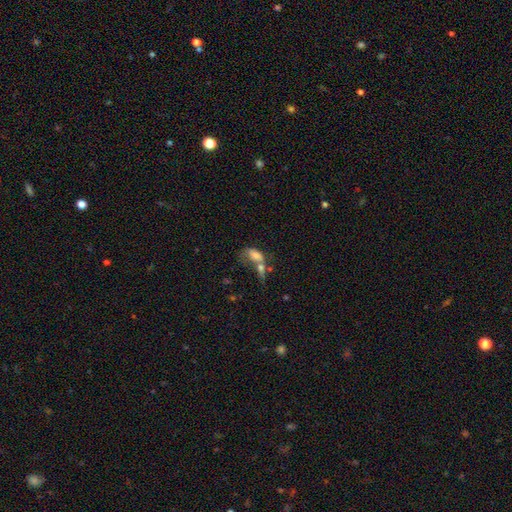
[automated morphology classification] A smooth galaxy with no disk features (65%) that is in between round and cigar-shaped (84%).

Vote fractions:
- Smooth or featured? smooth: 65% / featured or disk: 23% / star or artifact: 11%
- How rounded? in between: 84% / round: 8% / cigar-shaped: 8%
- Merging? merger: 54% / major disturbance: 18% / none: 16% / minor disturbance: 11%